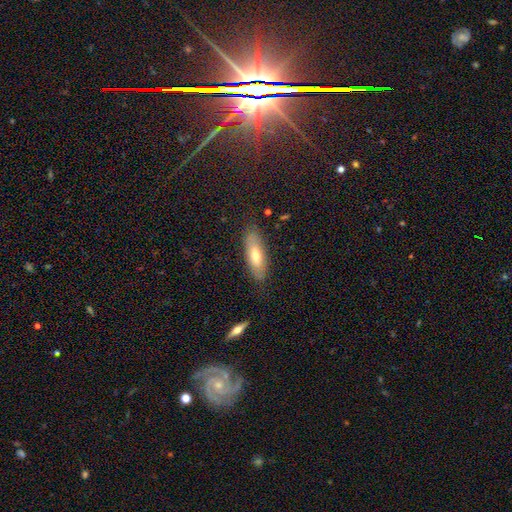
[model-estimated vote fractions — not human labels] This appears to be a smooth galaxy with no disk features (63%) that is in between round and cigar-shaped (67%). Merging: none (84%).